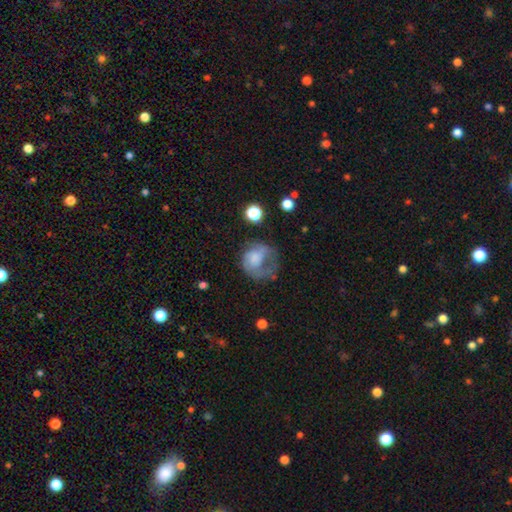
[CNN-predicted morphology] type=smooth (52%); roundness=round (65%); merging=major disturbance (40%).